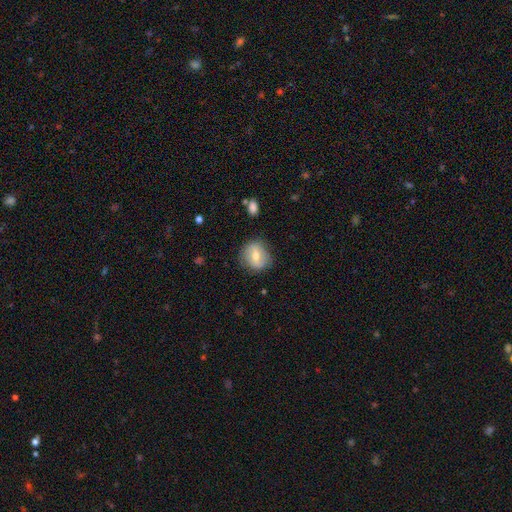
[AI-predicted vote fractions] smooth_or_featured: smooth (p=0.54) [alt: featured or disk p=0.39]
how_rounded: round (p=0.73) [alt: in between p=0.26]
merging: none (p=0.77) [alt: minor disturbance p=0.17]